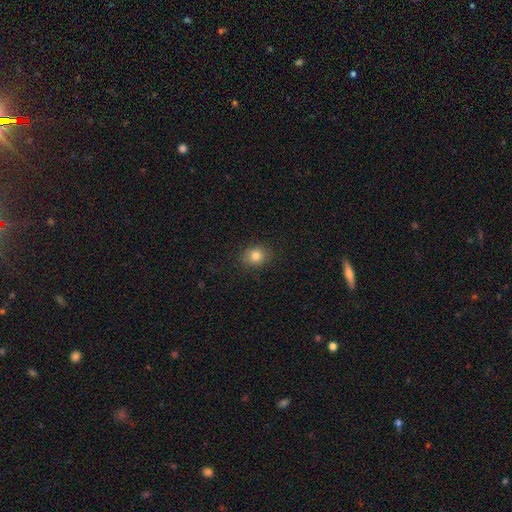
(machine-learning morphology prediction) The model was most divided on "how rounded": round: 67%, in between: 32%, cigar-shaped: 1%. More confident: merging — none (87%); smooth or featured — smooth (81%).